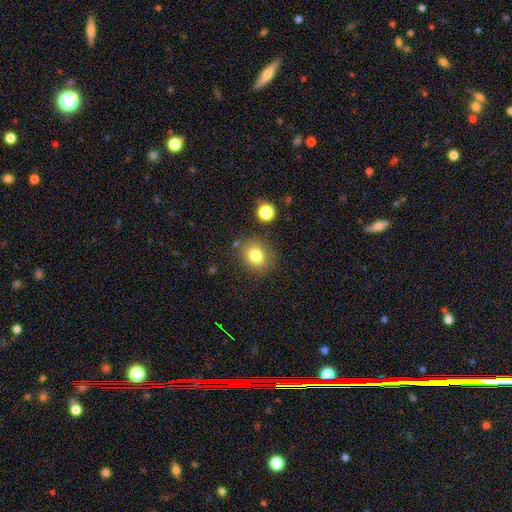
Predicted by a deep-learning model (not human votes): A smooth galaxy with no disk features (80%) that is round (69%). Merging: none (81%).